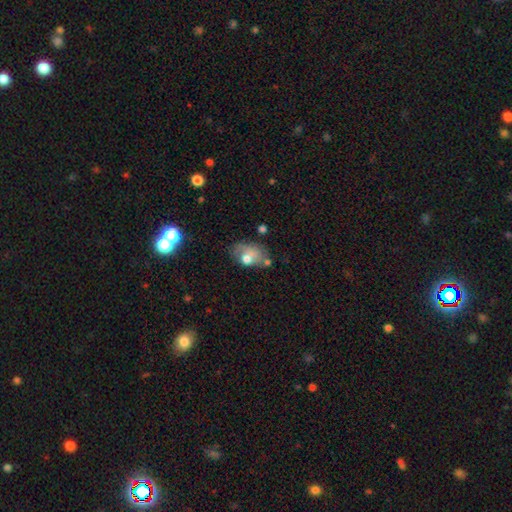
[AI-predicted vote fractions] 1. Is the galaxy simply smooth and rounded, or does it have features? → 60% smooth, 31% featured or disk, 9% star or artifact.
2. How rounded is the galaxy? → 79% in between, 20% round, 1% cigar-shaped.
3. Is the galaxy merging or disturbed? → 38% none, 29% minor disturbance, 18% major disturbance, 15% merger.